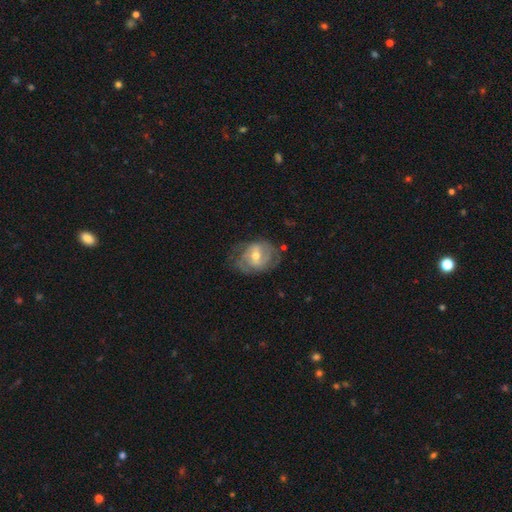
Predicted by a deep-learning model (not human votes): Smooth or featured: featured or disk — 71% (smooth — 22%)
Edge-on disk: no — 96% (yes — 4%)
Bar: weak — 48% (no — 33%)
Spiral arms: yes — 78% (no — 22%)
Spiral winding: tight — 44% (medium — 39%)
Spiral arm count: 2 — 44% (can't tell — 33%)
Bulge size: moderate — 66% (small — 28%)
Merging: none — 59% (minor disturbance — 25%)